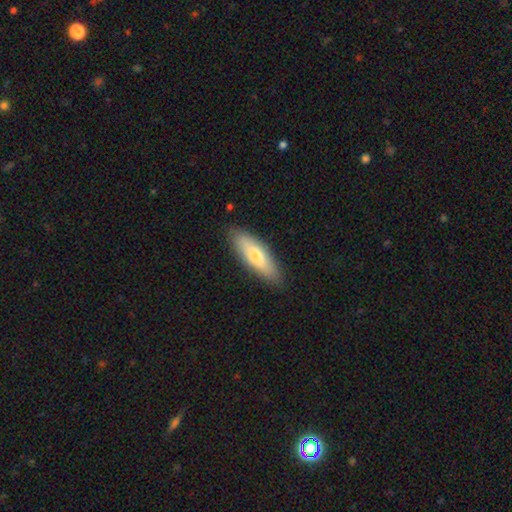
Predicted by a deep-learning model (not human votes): Smooth or featured? smooth (72%)
How rounded? cigar-shaped (52%)
Merging? none (86%)